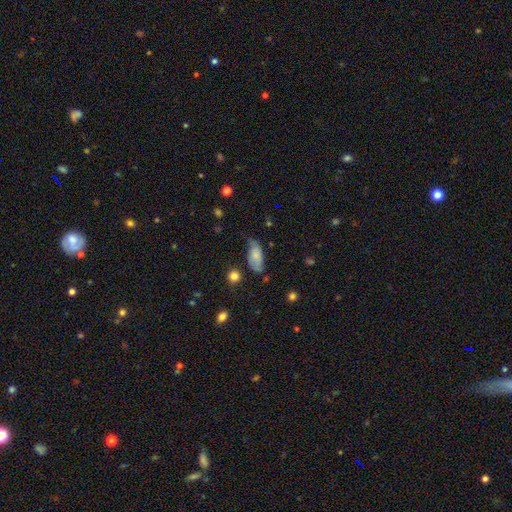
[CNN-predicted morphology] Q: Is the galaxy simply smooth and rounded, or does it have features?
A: smooth — 74%.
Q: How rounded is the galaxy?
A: in between — 88%.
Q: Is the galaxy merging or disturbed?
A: none — 46%.